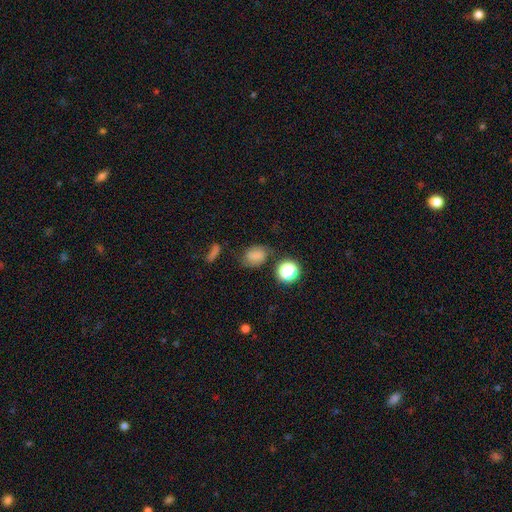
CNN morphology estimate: type=smooth (65%); roundness=in between (64%); merging=none (62%).